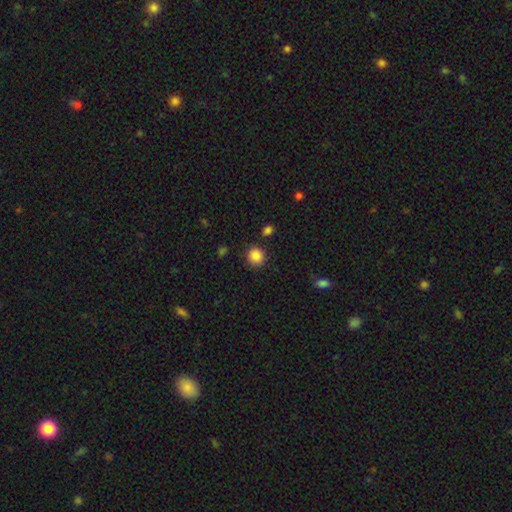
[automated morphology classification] Smooth or featured? smooth (87%)
How rounded? round (87%)
Merging? none (85%)